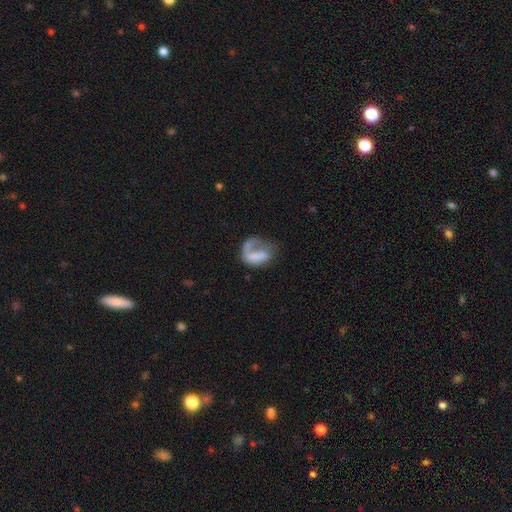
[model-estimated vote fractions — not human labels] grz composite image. It shows a featured or disk galaxy (46%, tied with smooth). Merging: major disturbance (47%).